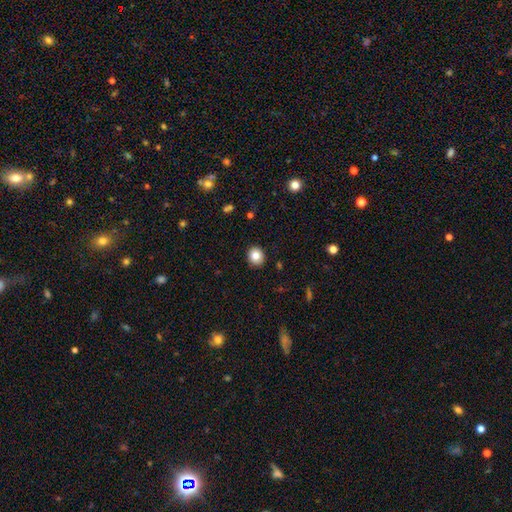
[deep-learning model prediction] A smooth galaxy with no disk features (81%) that is round (79%).

Vote fractions:
- Smooth or featured? smooth: 81% / star or artifact: 10% / featured or disk: 9%
- How rounded? round: 79% / in between: 20% / cigar-shaped: 1%
- Merging? none: 91% / minor disturbance: 6% / major disturbance: 2% / merger: 1%